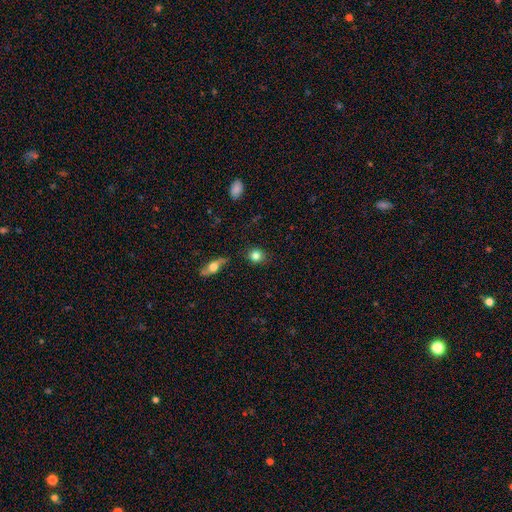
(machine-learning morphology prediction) Smooth or featured? Predicted: smooth (p=0.84). How rounded? Predicted: round (p=0.83). Merging? Predicted: none (p=0.86).